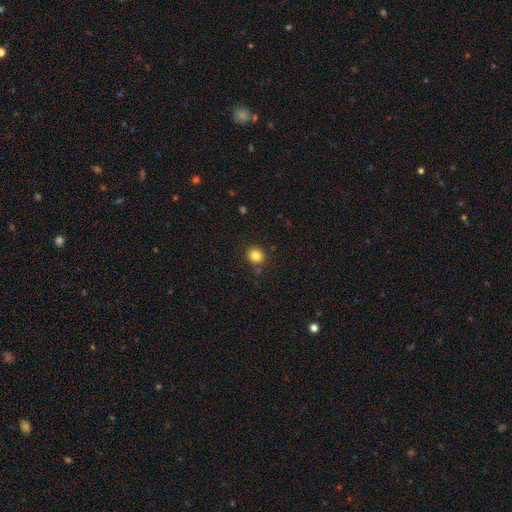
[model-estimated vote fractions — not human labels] A smooth galaxy with no disk features (83%) that is round (88%). Merging: none (85%).